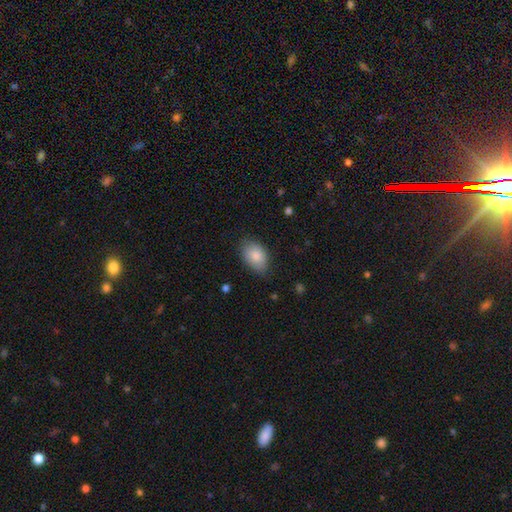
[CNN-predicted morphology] smooth_or_featured: smooth (p=0.86) [alt: featured or disk p=0.08]
how_rounded: in between (p=0.89) [alt: round p=0.10]
merging: none (p=0.79) [alt: minor disturbance p=0.17]